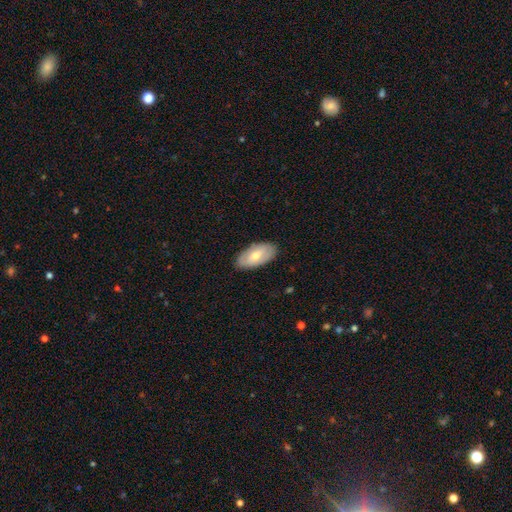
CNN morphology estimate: This appears to be a smooth galaxy with no disk features (60%) that is in between round and cigar-shaped (93%). Merging: none (87%).